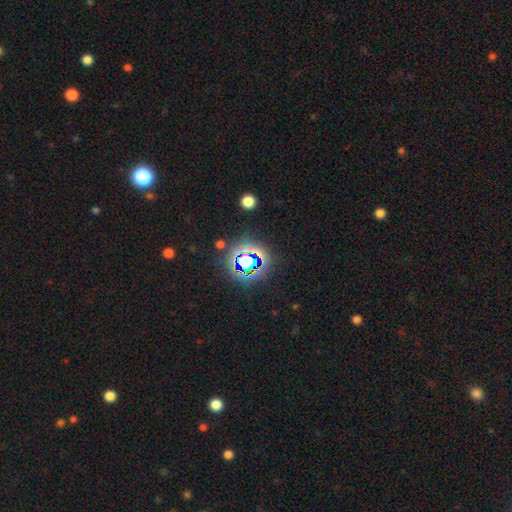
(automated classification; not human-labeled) Morphology: type=star or artifact (70%).